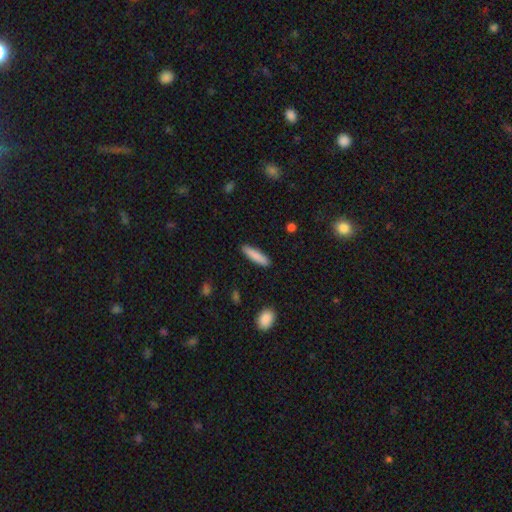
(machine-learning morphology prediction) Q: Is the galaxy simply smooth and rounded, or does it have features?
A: smooth — 84%.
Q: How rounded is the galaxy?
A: cigar-shaped — 79%.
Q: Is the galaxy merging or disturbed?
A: none — 89%.